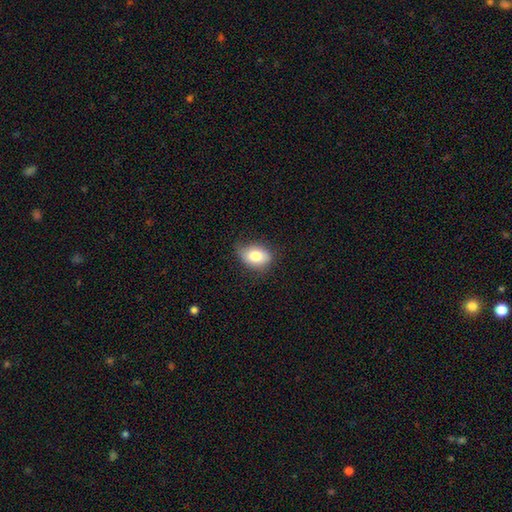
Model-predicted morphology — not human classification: Smooth or featured: smooth — 80% (featured or disk — 12%)
How rounded: in between — 79% (round — 19%)
Merging: none — 66% (minor disturbance — 27%)